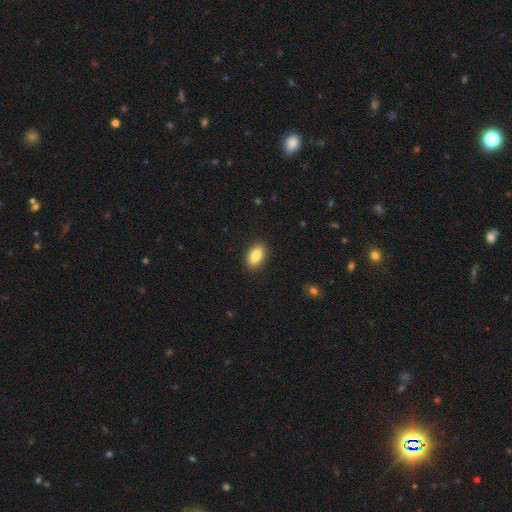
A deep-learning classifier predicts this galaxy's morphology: Smooth or featured?
  - smooth: 87% *
  - star or artifact: 7%
  - featured or disk: 6%
How rounded?
  - in between: 91% *
  - round: 6%
  - cigar-shaped: 3%
Merging?
  - none: 89% *
  - minor disturbance: 8%
  - major disturbance: 2%
  - merger: 1%